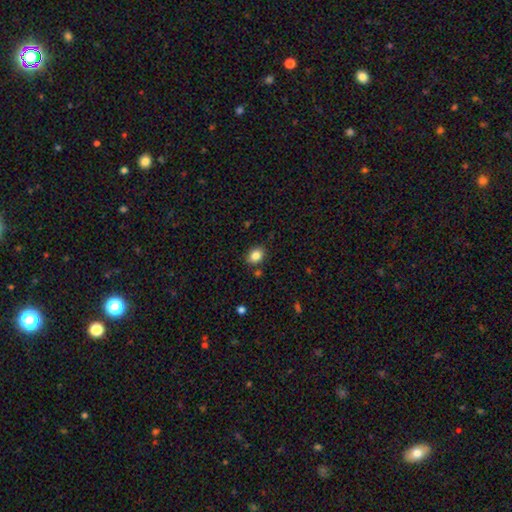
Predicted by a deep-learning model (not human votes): A smooth galaxy with no disk features (84%) that is in between round and cigar-shaped (59%). Merging: none (84%).